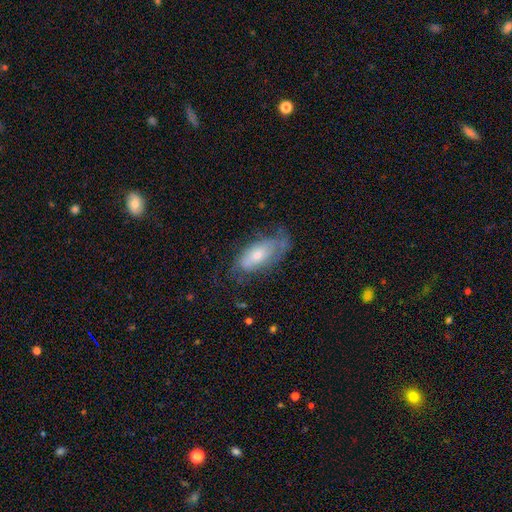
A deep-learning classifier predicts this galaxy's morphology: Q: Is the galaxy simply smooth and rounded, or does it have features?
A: featured or disk — 59%.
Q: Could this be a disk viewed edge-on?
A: no — 85%.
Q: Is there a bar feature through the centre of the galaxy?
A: no — 70%.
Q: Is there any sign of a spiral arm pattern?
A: yes — 73%.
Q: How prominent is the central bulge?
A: moderate — 54%.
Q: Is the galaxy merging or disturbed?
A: none — 63%.